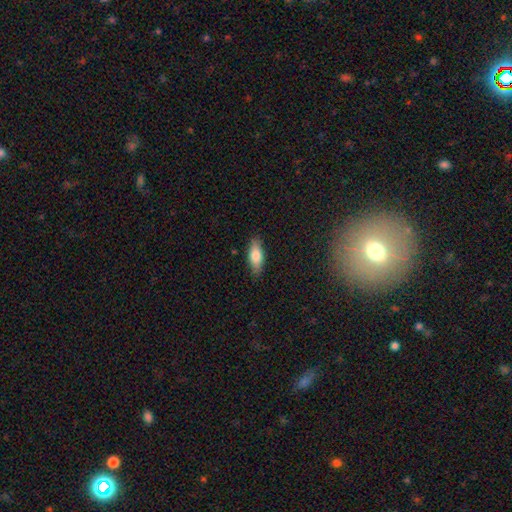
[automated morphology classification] smooth-or-featured: smooth: 78% | featured or disk: 15% | star or artifact: 6%
  how-rounded: in between: 74% | cigar-shaped: 24% | round: 3%
  merging: none: 86% | minor disturbance: 11% | major disturbance: 2% | merger: 1%